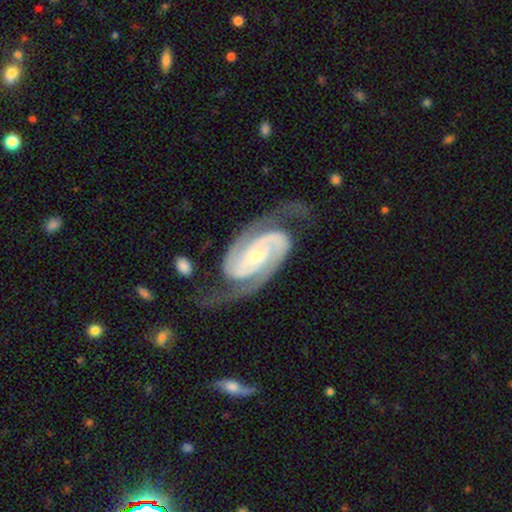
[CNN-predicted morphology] This is clearly a featured or disk galaxy (93%). It is clearly not viewed edge-on (97%). Bar: marginally no (37%). Spiral arm pattern: clearly yes (98%). Spiral arm count: clearly 2 (93%). Spiral winding: possibly medium (48%). Central bulge: likely small (70%). Merging: likely none (73%).